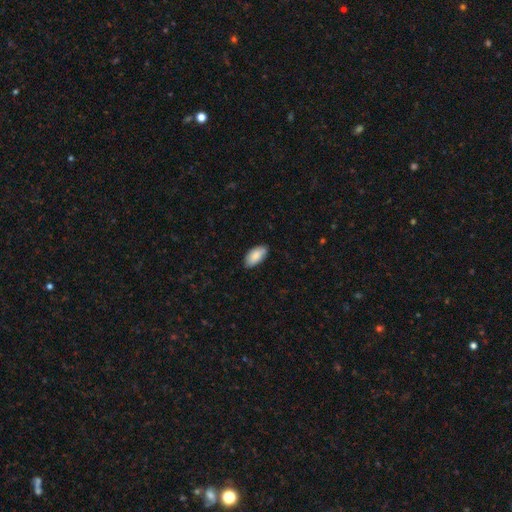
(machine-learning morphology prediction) Smooth or featured? smooth (86%)
How rounded? in between (95%)
Merging? none (84%)